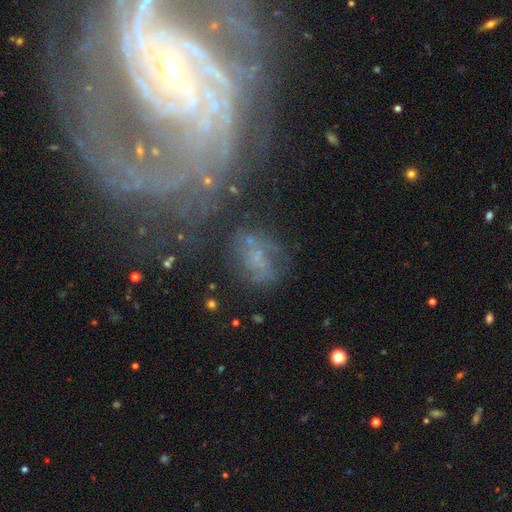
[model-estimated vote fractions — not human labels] smooth-or-featured: featured or disk: 74% | smooth: 14% | star or artifact: 12%
  disk-edge-on: no: 96% | yes: 4%
    bar: no: 42% | weak: 34% | strong: 24%
    has-spiral-arms: yes: 86% | no: 14%
      spiral-winding: tight: 57% | medium: 30% | loose: 14%
      spiral-arm-count: can't tell: 30% | 2: 28% | 3: 14% | 1: 10% | 4: 9% | more than 4: 9%
    bulge-size: small: 61% | moderate: 27% | none: 6% | large: 4% | dominant: 2%
  merging: none: 50% | major disturbance: 23% | minor disturbance: 18% | merger: 8%